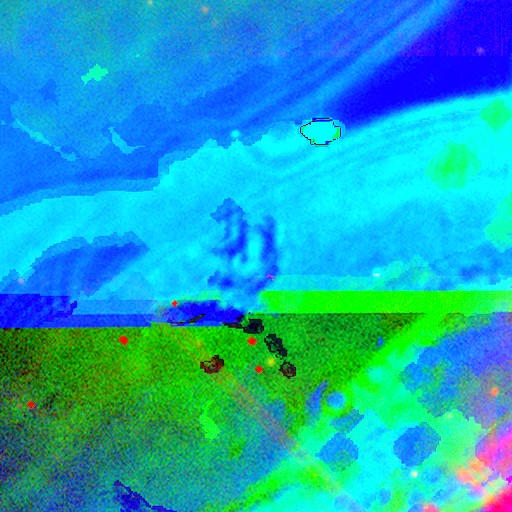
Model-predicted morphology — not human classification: Smooth or featured: star or artifact — 85% (featured or disk — 9%)